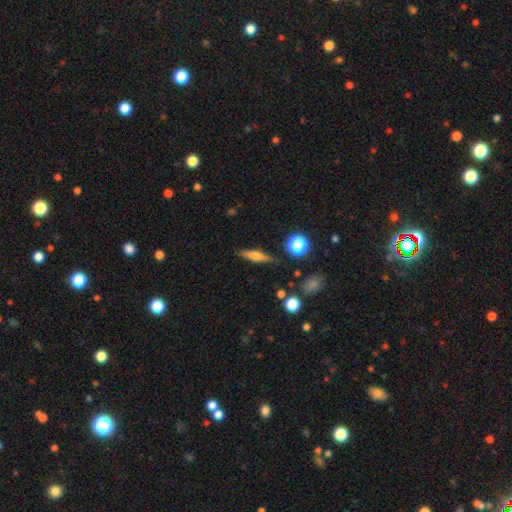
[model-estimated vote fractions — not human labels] Q: Smooth or featured?
A: smooth (48%); runner-up: featured or disk (43%)
Q: Merging?
A: none (86%); runner-up: minor disturbance (10%)